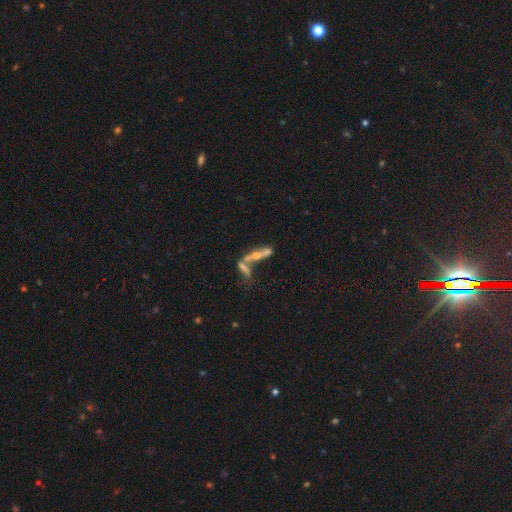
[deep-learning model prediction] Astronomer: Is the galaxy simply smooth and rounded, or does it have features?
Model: featured or disk — 54% (runner-up: smooth, 33%).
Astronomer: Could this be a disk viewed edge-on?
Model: yes — 58% (runner-up: no, 42%).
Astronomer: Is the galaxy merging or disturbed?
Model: merger — 52%.